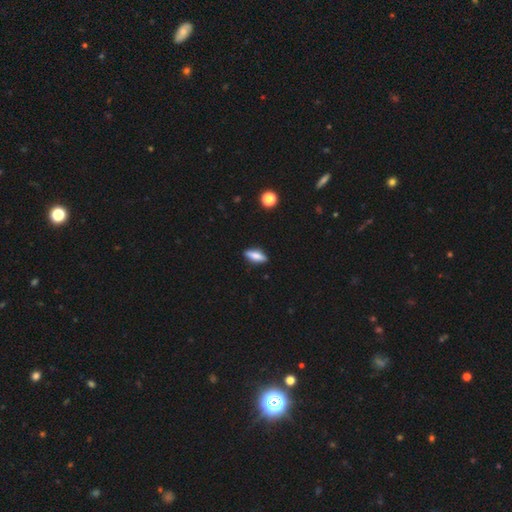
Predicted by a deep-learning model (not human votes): Smooth or featured?
  - smooth: 68% *
  - featured or disk: 24%
  - star or artifact: 7%
How rounded?
  - in between: 54% *
  - cigar-shaped: 43%
  - round: 3%
Merging?
  - none: 88% *
  - minor disturbance: 9%
  - major disturbance: 2%
  - merger: 1%